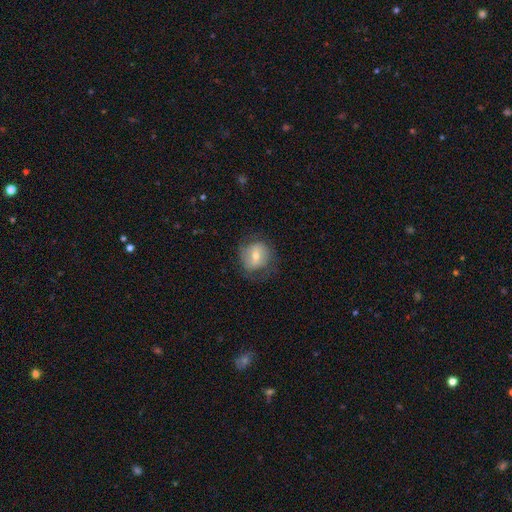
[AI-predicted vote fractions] Smooth or featured?
  - smooth: 47% *
  - featured or disk: 45%
  - star or artifact: 8%
Merging?
  - none: 68% *
  - minor disturbance: 19%
  - major disturbance: 11%
  - merger: 1%